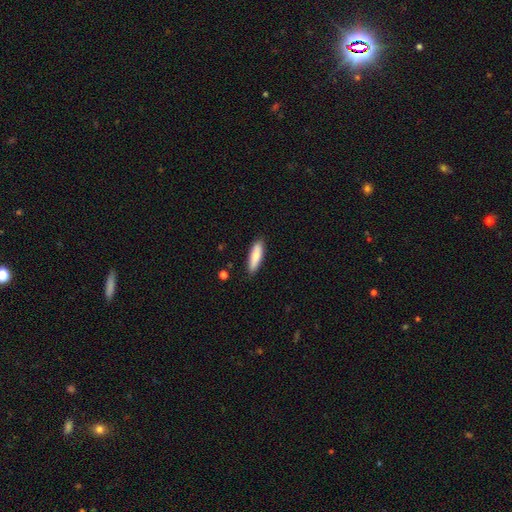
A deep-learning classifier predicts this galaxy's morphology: Smooth or featured? smooth (80%)
How rounded? cigar-shaped (61%)
Merging? none (87%)